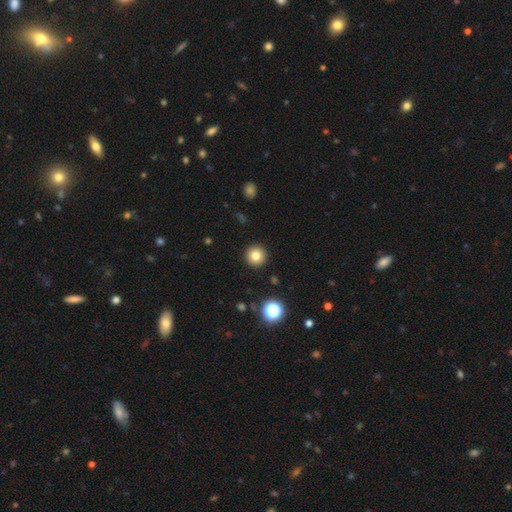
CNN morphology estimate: This appears to be a smooth galaxy with no disk features (81%) that is round (96%). Merging: none (93%).